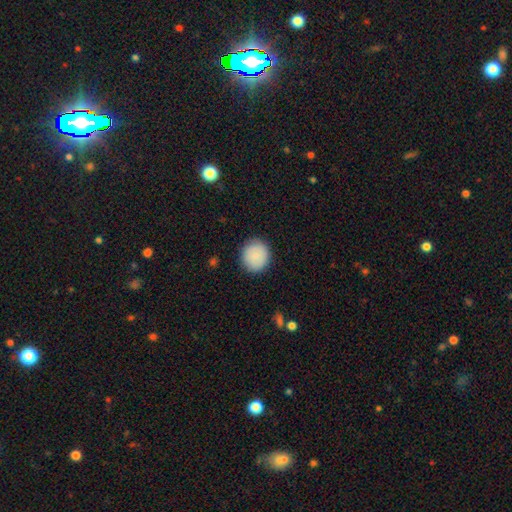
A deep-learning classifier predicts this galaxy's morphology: The model was most divided on "smooth or featured": smooth: 83%, featured or disk: 10%, star or artifact: 7%. More confident: how rounded — round (90%); merging — none (88%).